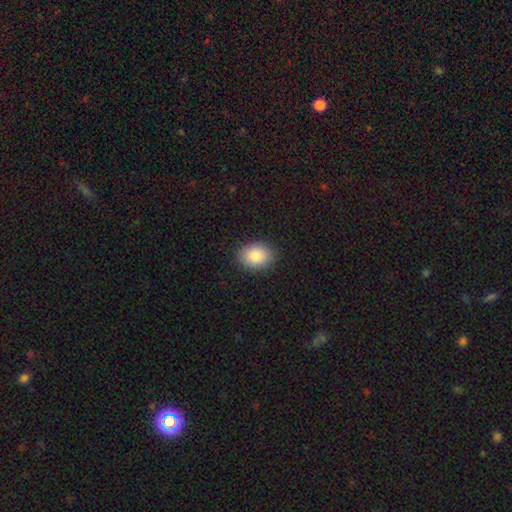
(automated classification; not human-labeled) Smooth or featured?
  - smooth: 86% *
  - star or artifact: 8%
  - featured or disk: 6%
How rounded?
  - in between: 61% *
  - round: 38%
  - cigar-shaped: 1%
Merging?
  - none: 89% *
  - minor disturbance: 8%
  - major disturbance: 2%
  - merger: 1%